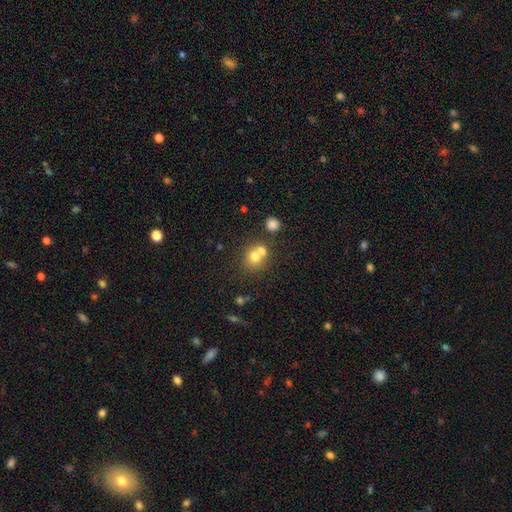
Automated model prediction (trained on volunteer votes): smooth 70%, featured or disk 16%, star or artifact 14%. Down the decision tree: how rounded — round (78%); merging — merger (45%).